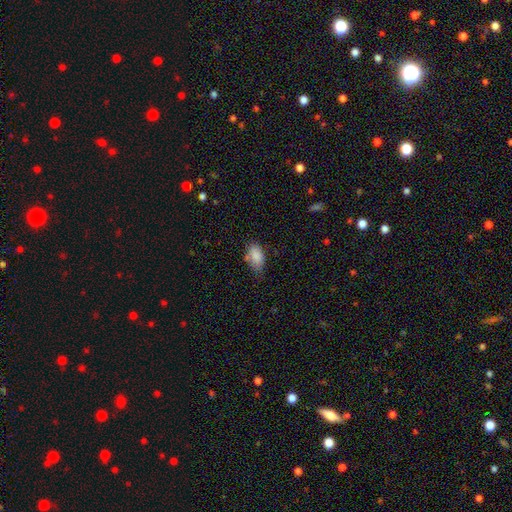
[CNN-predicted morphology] This is clearly a smooth galaxy (86%). How rounded: clearly in between (91%). Merging: possibly none (53%).